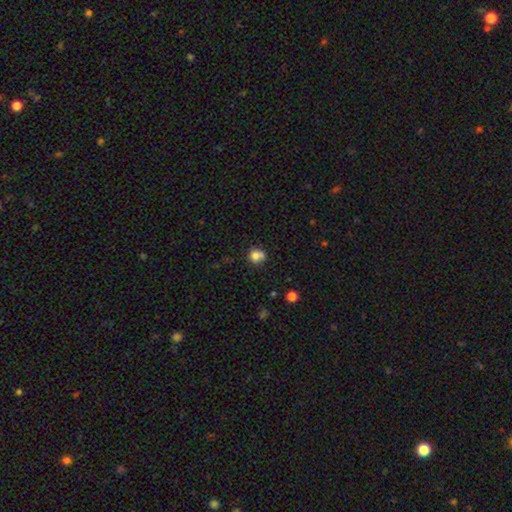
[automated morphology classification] smooth 77%, featured or disk 12%, star or artifact 11%. Down the decision tree: how rounded — round (80%); merging — none (47%).